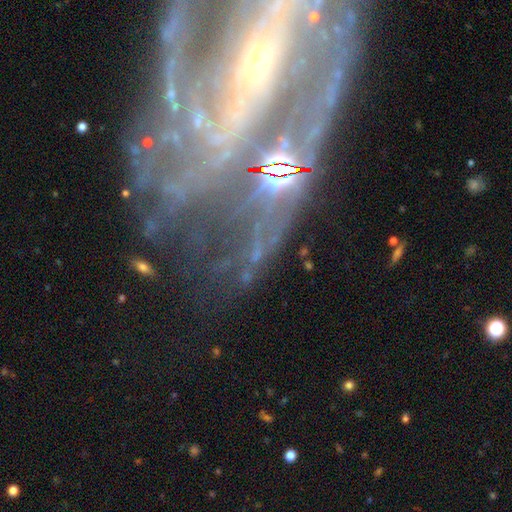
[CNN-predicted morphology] This appears to be a featured or disk galaxy (73%) with no bar (38%), tight (48%) spiral arms (85%) and a small central bulge (58%). Merging: none (60%).